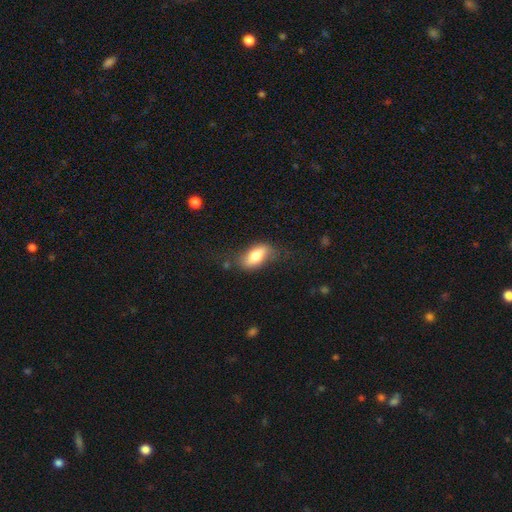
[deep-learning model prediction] smooth-or-featured: smooth: 71% | featured or disk: 23% | star or artifact: 7%
  how-rounded: in between: 85% | cigar-shaped: 10% | round: 4%
  merging: none: 64% | minor disturbance: 24% | major disturbance: 10% | merger: 3%